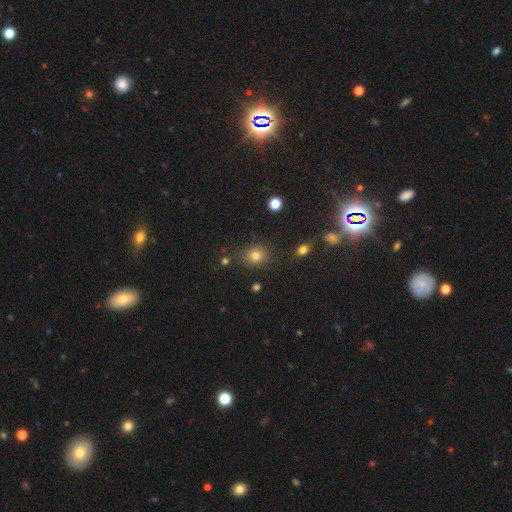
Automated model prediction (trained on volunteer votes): This is likely a smooth galaxy (78%). How rounded: likely round (72%). Merging: clearly none (82%).